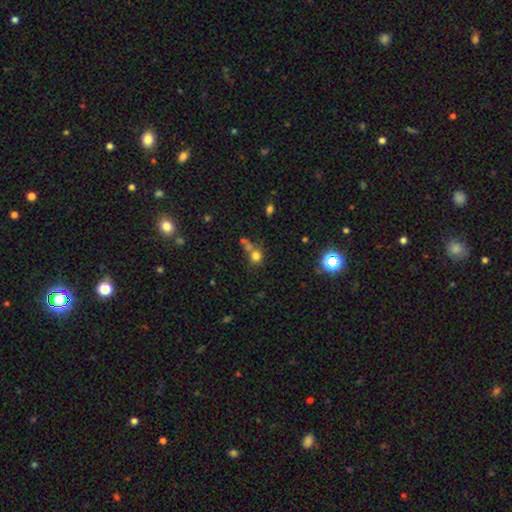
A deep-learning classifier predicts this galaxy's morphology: Smooth or featured? Predicted: smooth (p=0.71). How rounded? Predicted: round (p=0.83). Merging? Predicted: none (p=0.48).